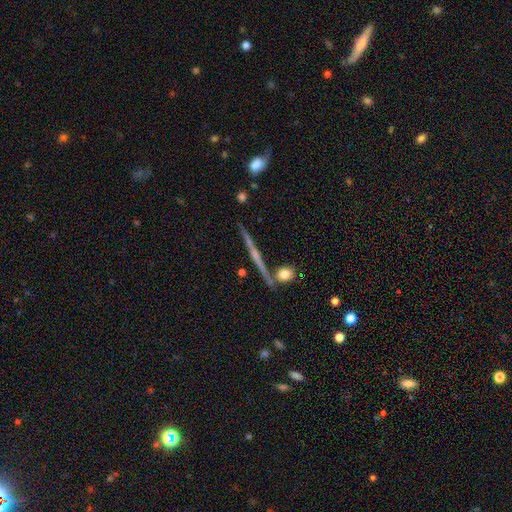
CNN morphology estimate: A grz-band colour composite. It shows a featured or disk galaxy (79%) viewed edge-on (97%) with a rounded central bulge (54%). Merging: none (83%).